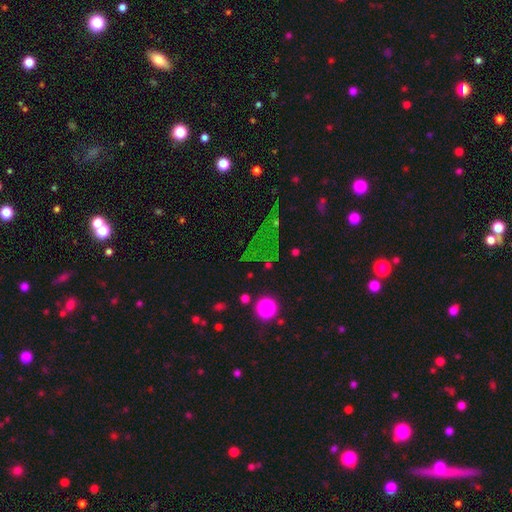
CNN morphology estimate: smooth_or_featured: star or artifact (p=0.55) [alt: smooth p=0.29]